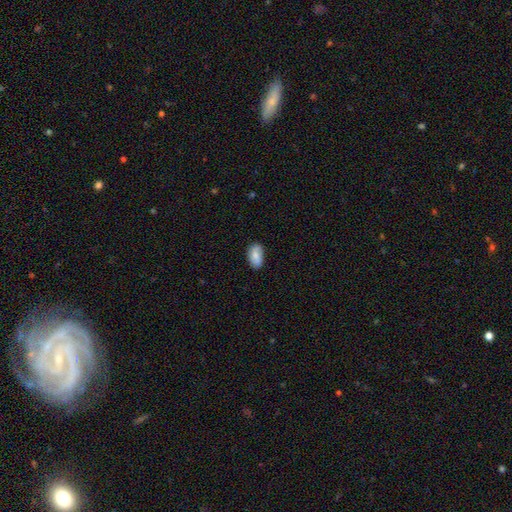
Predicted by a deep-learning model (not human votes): A smooth galaxy with no disk features (77%) that is in between round and cigar-shaped (93%).

Vote fractions:
- Smooth or featured? smooth: 77% / featured or disk: 17% / star or artifact: 7%
- How rounded? in between: 93% / round: 4% / cigar-shaped: 3%
- Merging? none: 79% / minor disturbance: 17% / major disturbance: 3% / merger: 1%